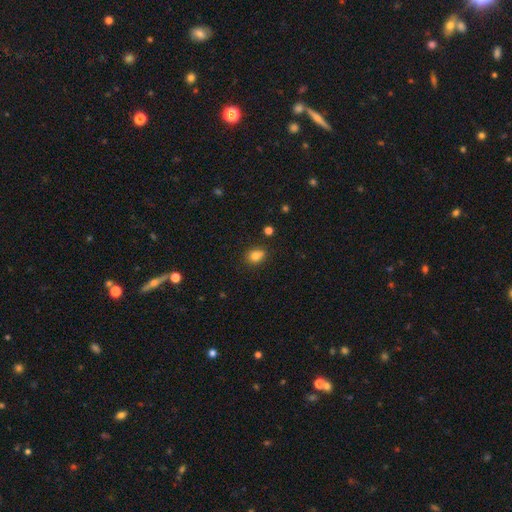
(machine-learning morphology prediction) Overall: smooth (81%). How rounded: in between (51%; round 48%). Merging: none (75%).